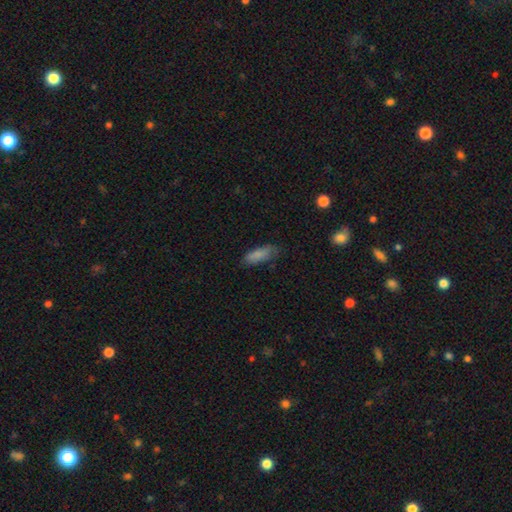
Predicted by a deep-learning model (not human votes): A smooth galaxy with no disk features (83%) that is in between round and cigar-shaped (58%). Merging: none (76%).